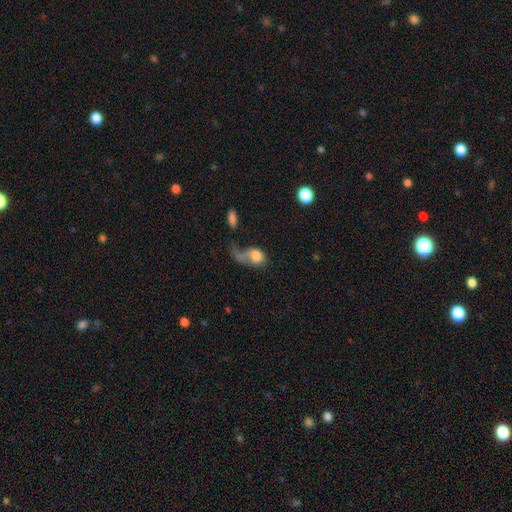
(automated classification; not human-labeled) The model was most divided on "how rounded": in between: 59%, round: 39%, cigar-shaped: 3%. Remaining: smooth or featured — smooth (69%); merging — major disturbance (45%).